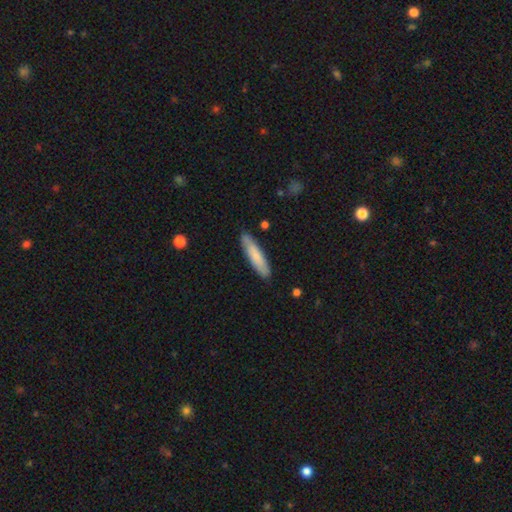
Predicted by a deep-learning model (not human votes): smooth_or_featured: smooth (p=0.76) [alt: featured or disk p=0.18]
how_rounded: cigar-shaped (p=0.79) [alt: in between p=0.20]
merging: none (p=0.87) [alt: minor disturbance p=0.10]